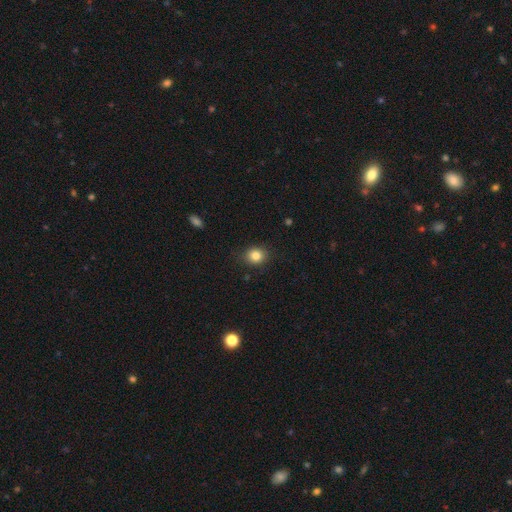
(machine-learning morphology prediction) Smooth or featured? Predicted: smooth (p=0.83). How rounded? Predicted: round (p=0.71). Merging? Predicted: none (p=0.86).